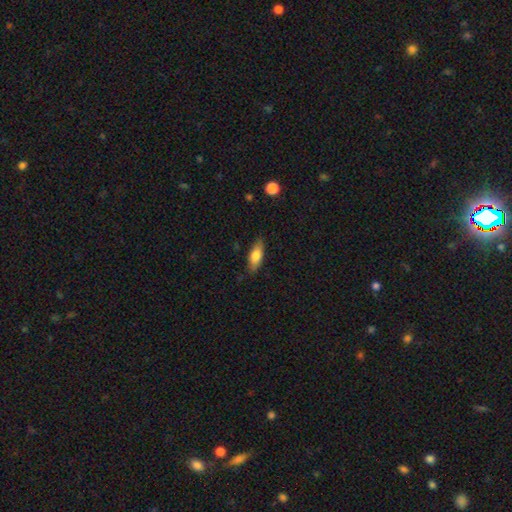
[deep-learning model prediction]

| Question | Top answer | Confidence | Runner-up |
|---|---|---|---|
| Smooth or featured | smooth | 74% | featured or disk (19%) |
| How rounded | in between | 67% | cigar-shaped (31%) |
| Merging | none | 82% | minor disturbance (14%) |